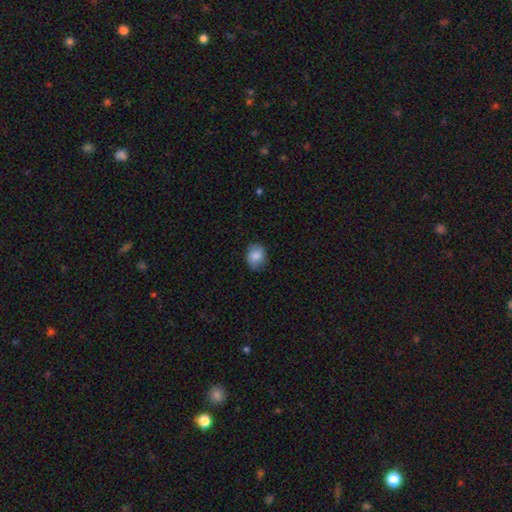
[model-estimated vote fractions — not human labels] smooth 84%, featured or disk 8%, star or artifact 8%. Down the decision tree: how rounded — in between (50%); merging — none (78%).